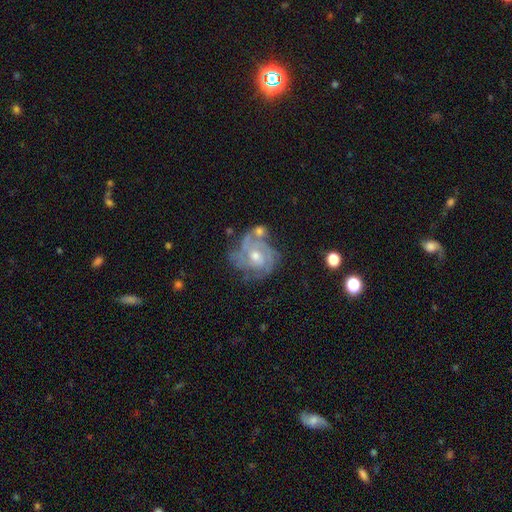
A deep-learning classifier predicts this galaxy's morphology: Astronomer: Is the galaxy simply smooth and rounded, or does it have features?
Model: featured or disk — 85%.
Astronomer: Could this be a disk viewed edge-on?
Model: no — 98%.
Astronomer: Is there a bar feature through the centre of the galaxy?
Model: no — 64%.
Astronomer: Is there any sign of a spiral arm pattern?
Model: yes — 94%.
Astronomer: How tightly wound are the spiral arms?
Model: tight — 61%.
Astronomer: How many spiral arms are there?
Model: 3 — 34% (runner-up: can't tell, 24%).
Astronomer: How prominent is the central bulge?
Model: moderate — 63%.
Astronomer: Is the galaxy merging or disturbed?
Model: none — 57%.